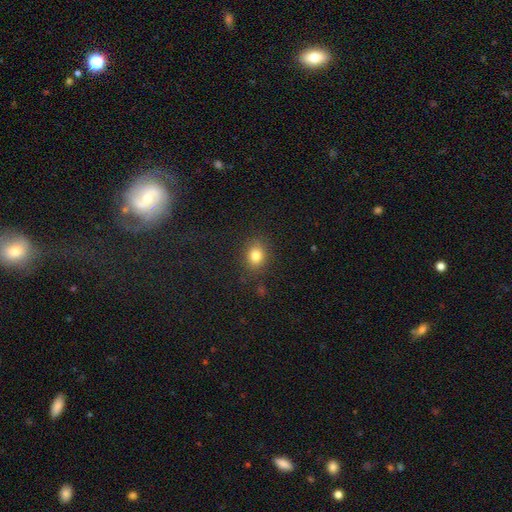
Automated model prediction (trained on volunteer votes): Q: Smooth or featured?
A: smooth (81%); runner-up: star or artifact (12%)
Q: How rounded?
A: round (57%); runner-up: in between (42%)
Q: Merging?
A: none (84%); runner-up: minor disturbance (10%)